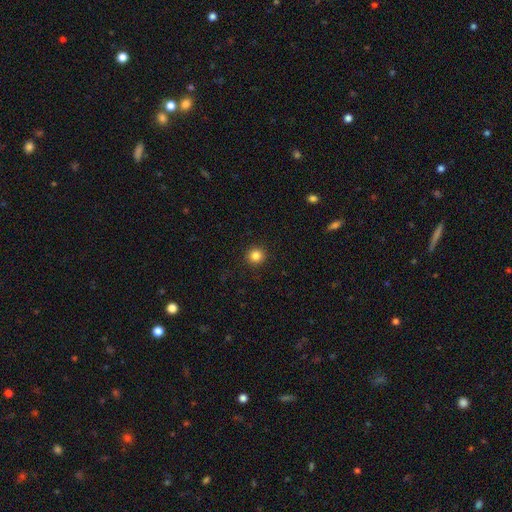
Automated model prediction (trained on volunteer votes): Q: Smooth or featured?
A: smooth (84%); runner-up: star or artifact (12%)
Q: How rounded?
A: round (94%); runner-up: in between (5%)
Q: Merging?
A: none (92%); runner-up: minor disturbance (5%)